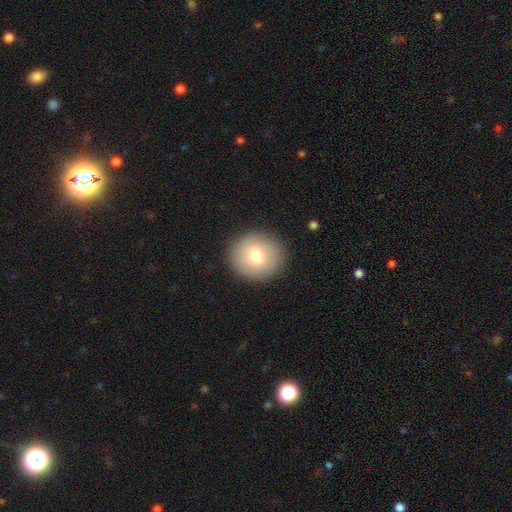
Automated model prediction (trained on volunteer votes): Smooth or featured? Predicted: smooth (p=0.76). How rounded? Predicted: round (p=0.90). Merging? Predicted: none (p=0.89).